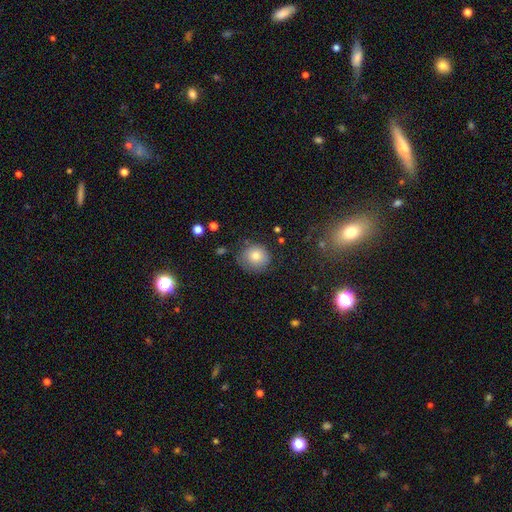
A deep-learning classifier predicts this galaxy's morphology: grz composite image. It shows a smooth galaxy with no disk features (78%) that is round (85%). Merging: none (75%).